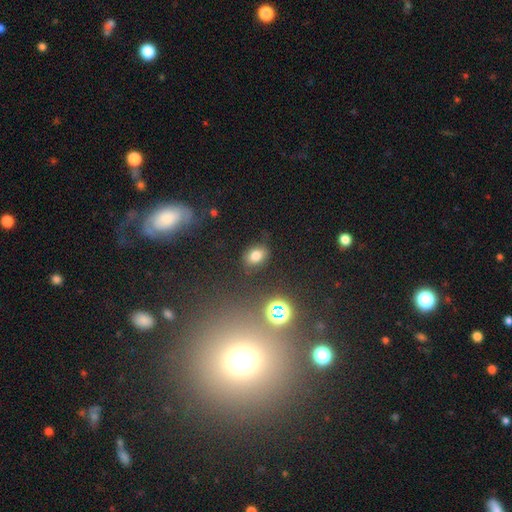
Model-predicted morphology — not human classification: Overall: smooth (75%). How rounded: in between (69%; round 30%). Merging: none (80%).